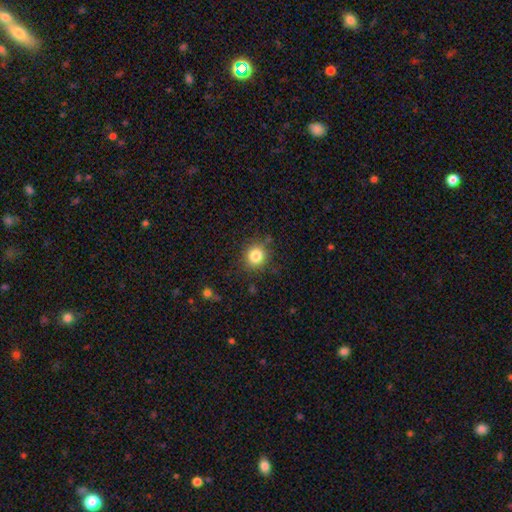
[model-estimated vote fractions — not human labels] Q: Smooth or featured?
A: smooth (84%); runner-up: star or artifact (11%)
Q: How rounded?
A: round (87%); runner-up: in between (12%)
Q: Merging?
A: none (84%); runner-up: minor disturbance (11%)